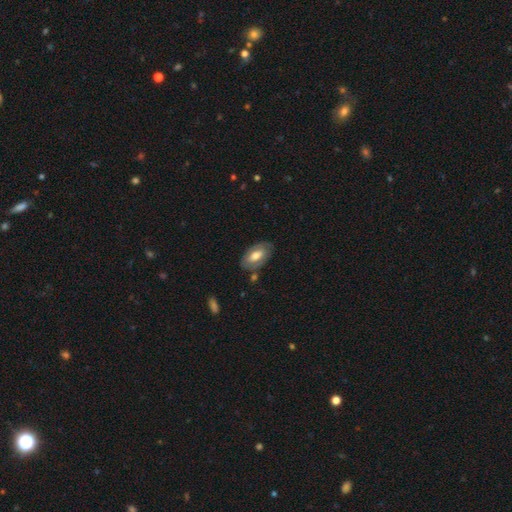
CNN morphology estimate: smooth 58%, featured or disk 36%, star or artifact 6%. Down the decision tree: how rounded — in between (93%); merging — none (74%).